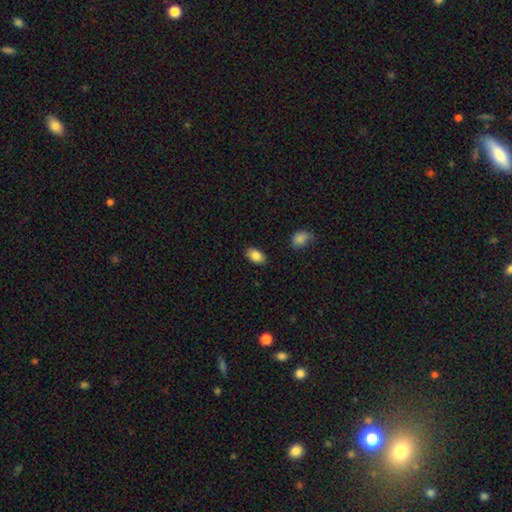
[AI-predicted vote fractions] smooth_or_featured: smooth (p=0.87) [alt: star or artifact p=0.08]
how_rounded: in between (p=0.92) [alt: round p=0.06]
merging: none (p=0.86) [alt: minor disturbance p=0.10]